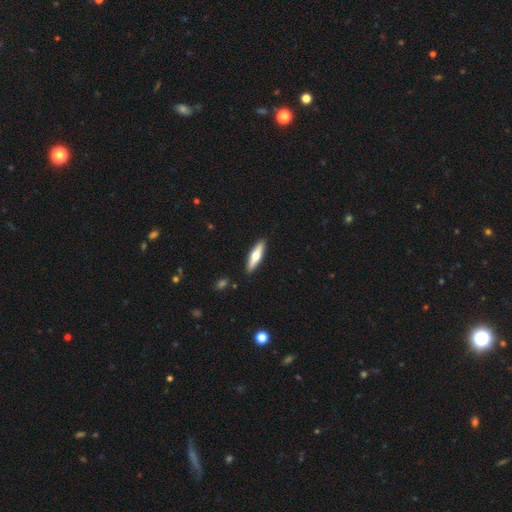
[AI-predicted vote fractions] This appears to be a smooth galaxy with no disk features (56%) that is cigar-shaped (70%). Merging: none (90%).